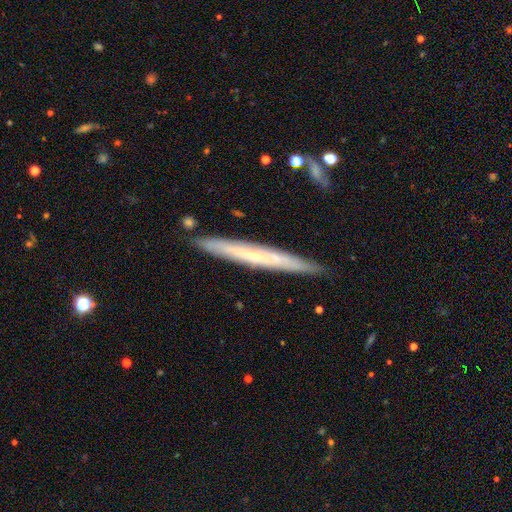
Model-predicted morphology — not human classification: The model was most divided on "smooth or featured": featured or disk: 56%, smooth: 37%, star or artifact: 7%. More confident: edge-on disk — yes (92%); merging — none (88%); edge-on bulge — none (72%).